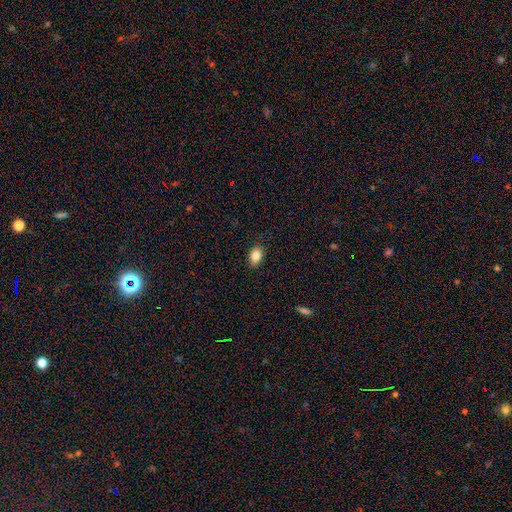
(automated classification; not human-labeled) Smooth or featured?
  - smooth: 87% *
  - star or artifact: 8%
  - featured or disk: 5%
How rounded?
  - in between: 80% *
  - round: 19%
  - cigar-shaped: 1%
Merging?
  - none: 84% *
  - minor disturbance: 12%
  - major disturbance: 3%
  - merger: 1%